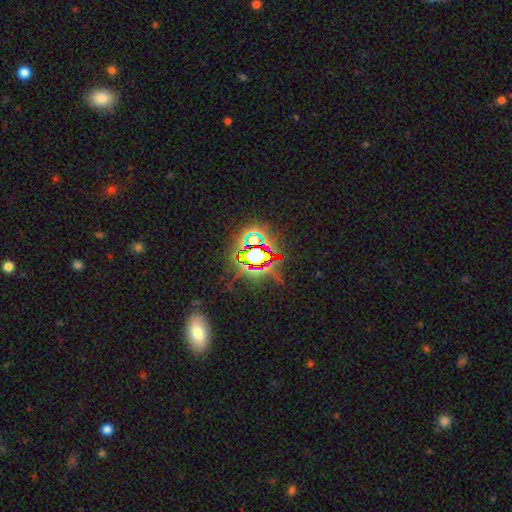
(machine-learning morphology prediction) smooth-or-featured: star or artifact: 78% | featured or disk: 11% | smooth: 11%